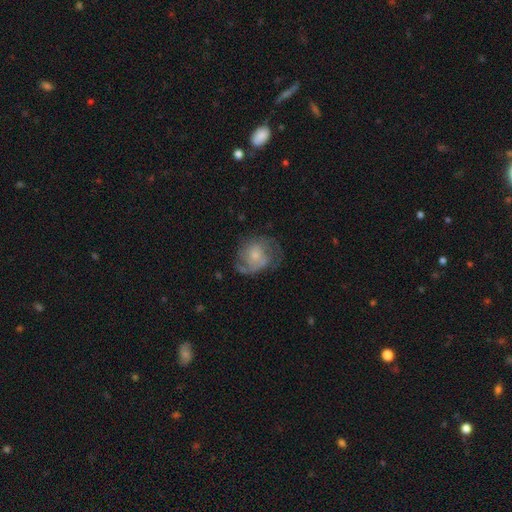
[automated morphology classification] The model was most divided on "spiral winding": medium: 43%, tight: 33%, loose: 24%. Remaining: edge-on disk — no (98%); spiral arms — yes (82%); bar — no (74%); smooth or featured — featured or disk (65%); bulge size — small (55%); merging — none (52%); spiral arm count — 2 (41%).